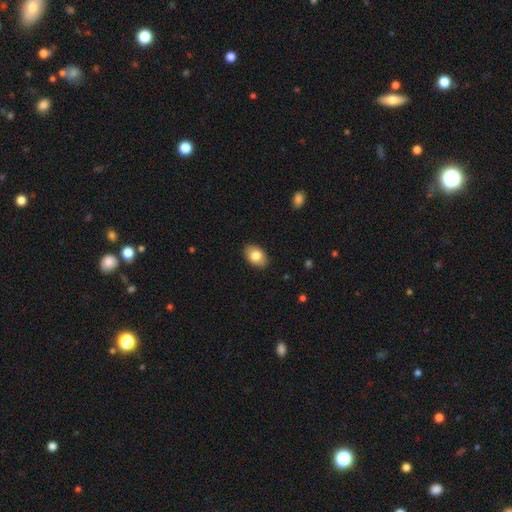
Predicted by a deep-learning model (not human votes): Smooth or featured? smooth (82%)
How rounded? in between (86%)
Merging? none (89%)